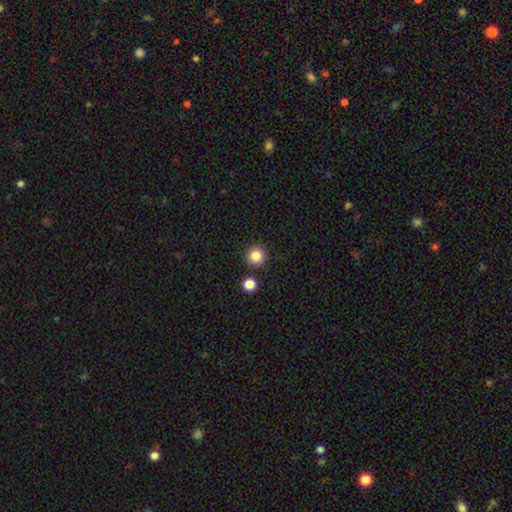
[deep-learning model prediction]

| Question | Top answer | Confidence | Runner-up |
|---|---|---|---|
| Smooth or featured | smooth | 85% | star or artifact (11%) |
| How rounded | round | 95% | in between (4%) |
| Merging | none | 88% | minor disturbance (6%) |